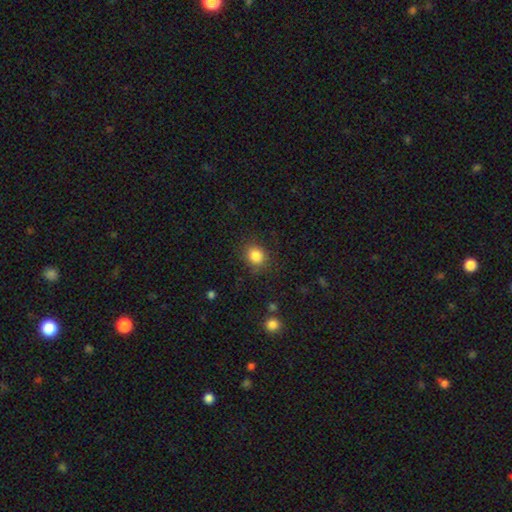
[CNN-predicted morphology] Smooth or featured? Predicted: smooth (p=0.85). How rounded? Predicted: round (p=0.74). Merging? Predicted: none (p=0.84).